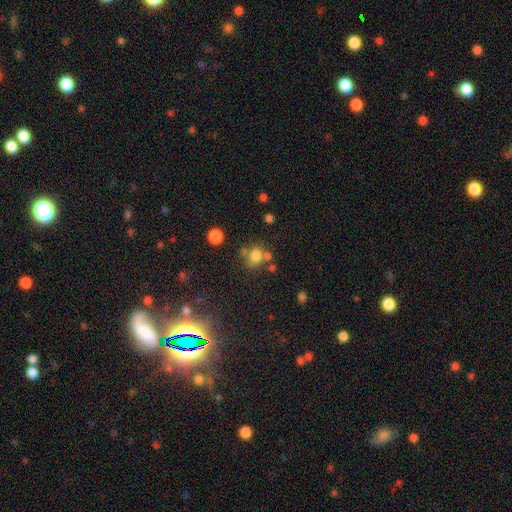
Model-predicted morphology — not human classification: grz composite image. It shows a smooth galaxy with no disk features (73%) that is round (79%). Merging: none (57%).